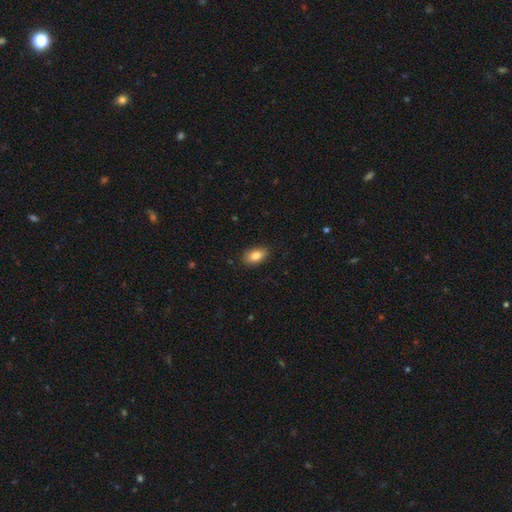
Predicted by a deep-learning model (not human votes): A smooth galaxy with no disk features (84%) that is in between round and cigar-shaped (90%). Merging: none (85%).